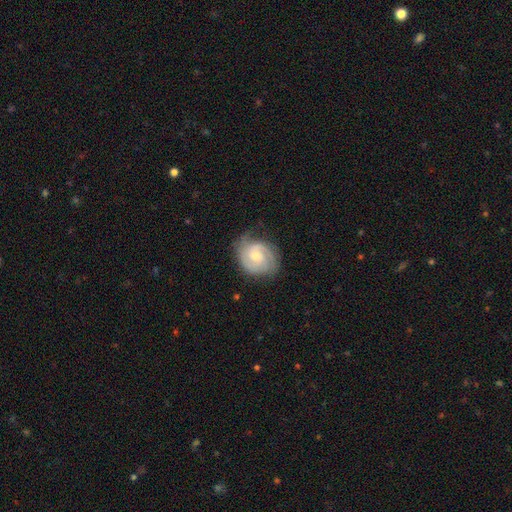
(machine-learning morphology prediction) Smooth or featured? featured or disk (77%)
Edge-on disk? no (98%)
Bar? no (66%)
Spiral arms? yes (95%)
Spiral winding? tight (56%)
Spiral arm count? 2 (49%)
Bulge size? small (57%)
Merging? none (67%)